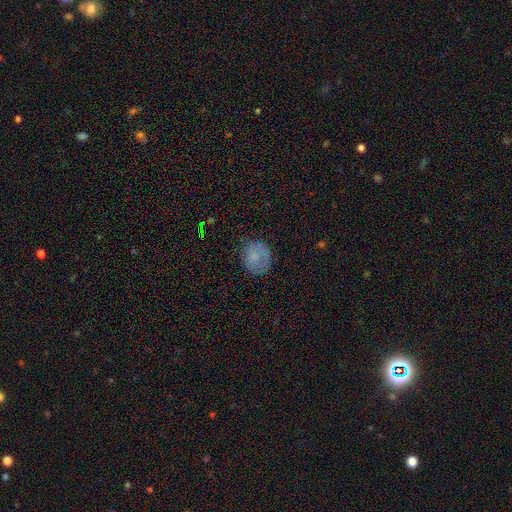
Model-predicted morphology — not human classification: Q: Smooth or featured?
A: smooth (71%); runner-up: featured or disk (16%)
Q: How rounded?
A: round (73%); runner-up: in between (26%)
Q: Merging?
A: none (71%); runner-up: minor disturbance (20%)